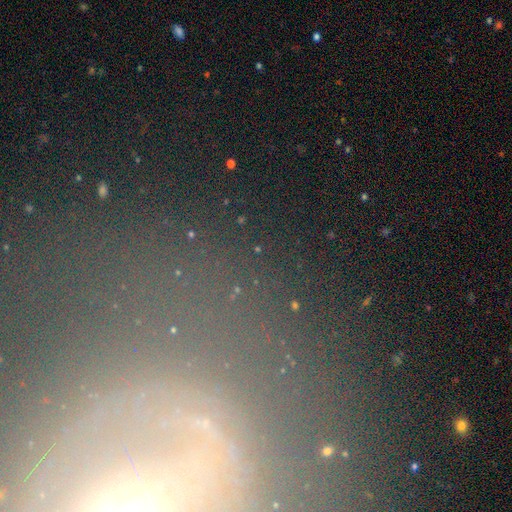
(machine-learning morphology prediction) Q: Smooth or featured?
A: featured or disk (41%); runner-up: star or artifact (38%)
Q: Merging?
A: none (68%); runner-up: minor disturbance (14%)